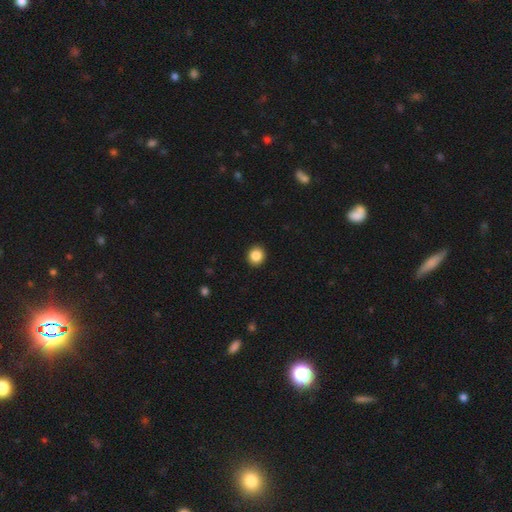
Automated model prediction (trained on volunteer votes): This is clearly a smooth galaxy (86%). How rounded: clearly round (84%). Merging: clearly none (92%).